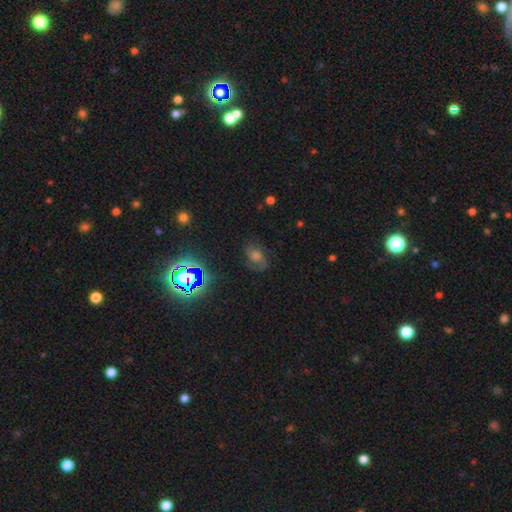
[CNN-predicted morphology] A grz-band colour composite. It shows a featured or disk galaxy (48%). Merging: none (71%).